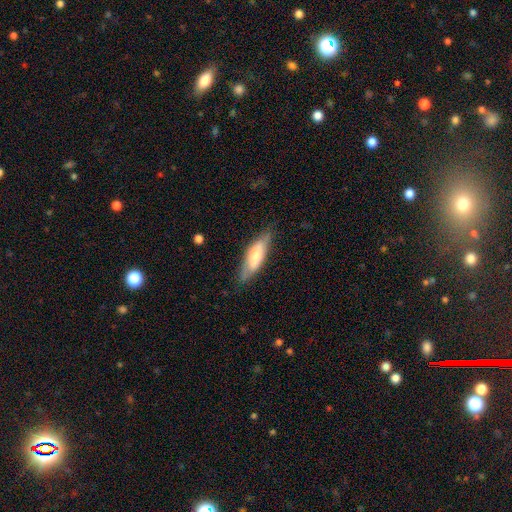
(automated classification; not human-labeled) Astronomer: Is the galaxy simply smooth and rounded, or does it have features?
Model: smooth — 65%.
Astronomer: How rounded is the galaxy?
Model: cigar-shaped — 51% (runner-up: in between, 48%).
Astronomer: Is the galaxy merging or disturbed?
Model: none — 73%.